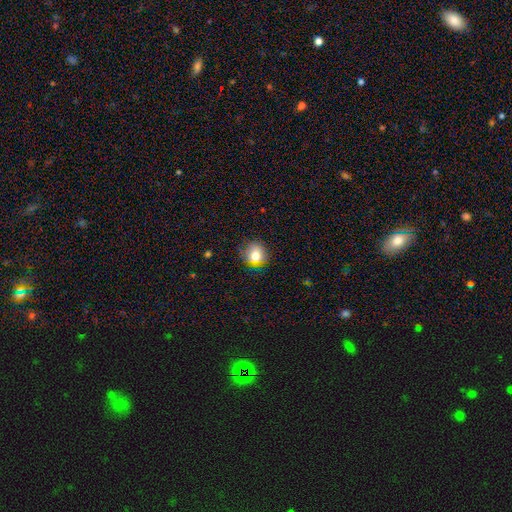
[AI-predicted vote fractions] smooth_or_featured: smooth (p=0.76) [alt: star or artifact p=0.12]
how_rounded: round (p=0.71) [alt: in between p=0.28]
merging: none (p=0.78) [alt: minor disturbance p=0.16]